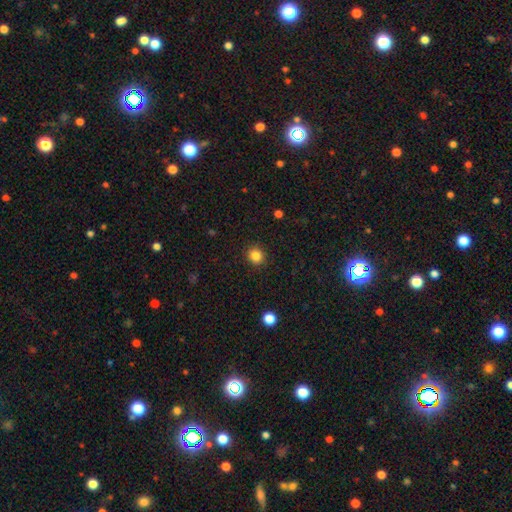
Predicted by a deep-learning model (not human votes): A smooth galaxy with no disk features (84%) that is round (85%).

Vote fractions:
- Smooth or featured? smooth: 84% / star or artifact: 11% / featured or disk: 4%
- How rounded? round: 85% / in between: 14% / cigar-shaped: 1%
- Merging? none: 91% / minor disturbance: 6% / major disturbance: 2% / merger: 1%